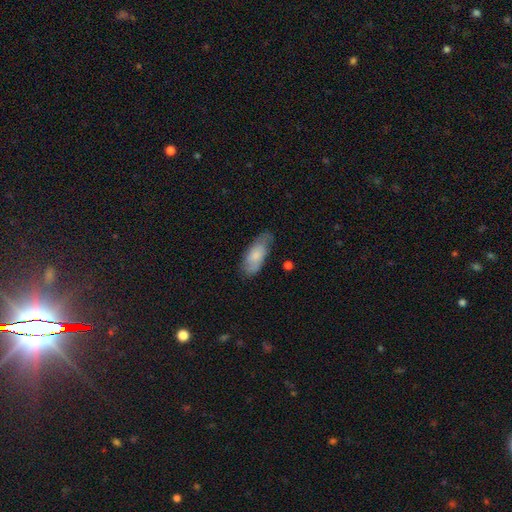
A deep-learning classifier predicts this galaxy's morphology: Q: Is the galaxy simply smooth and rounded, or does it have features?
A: smooth — 74%.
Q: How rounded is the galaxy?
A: in between — 83%.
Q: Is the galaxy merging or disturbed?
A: none — 63%.